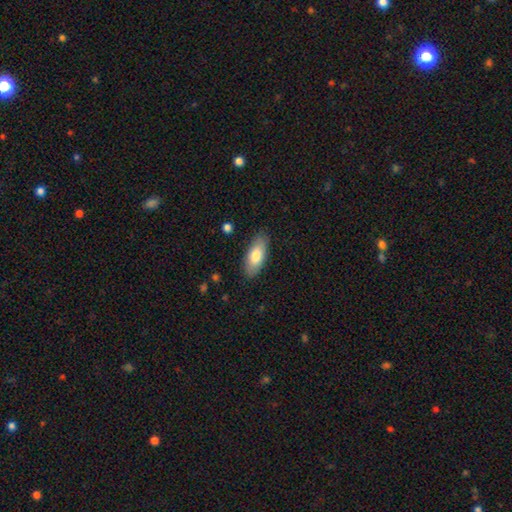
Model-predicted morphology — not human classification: This appears to be a smooth galaxy with no disk features (77%) that is in between round and cigar-shaped (81%). Merging: none (86%).